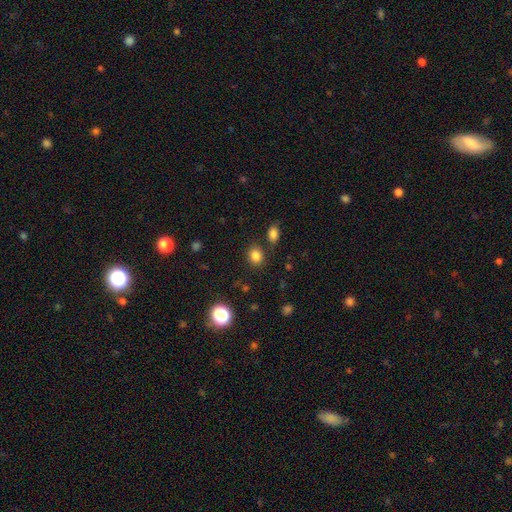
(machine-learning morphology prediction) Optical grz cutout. It shows a smooth galaxy with no disk features (82%) that is round (65%). Merging: none (80%).